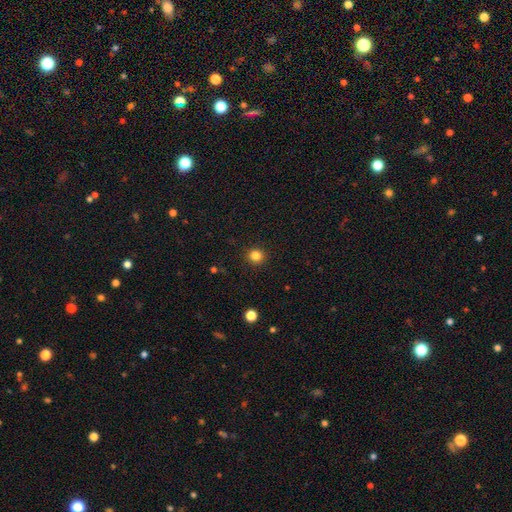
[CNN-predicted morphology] Smooth or featured: smooth — 83% (star or artifact — 13%)
How rounded: round — 93% (in between — 6%)
Merging: none — 92% (minor disturbance — 5%)